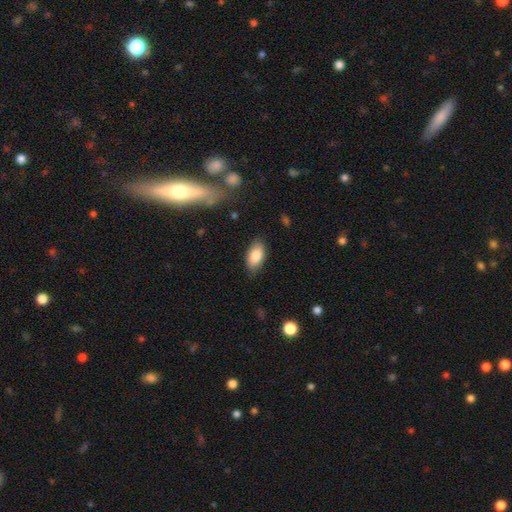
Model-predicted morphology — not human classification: Overall: smooth (84%). How rounded: in between (92%). Merging: none (83%).